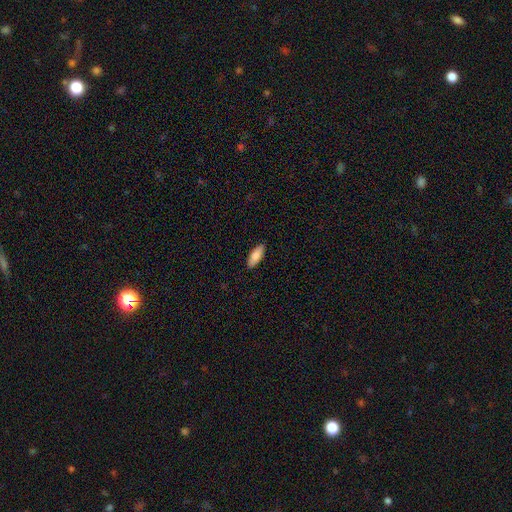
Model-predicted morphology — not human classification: Smooth or featured? smooth (86%)
How rounded? in between (70%)
Merging? none (89%)